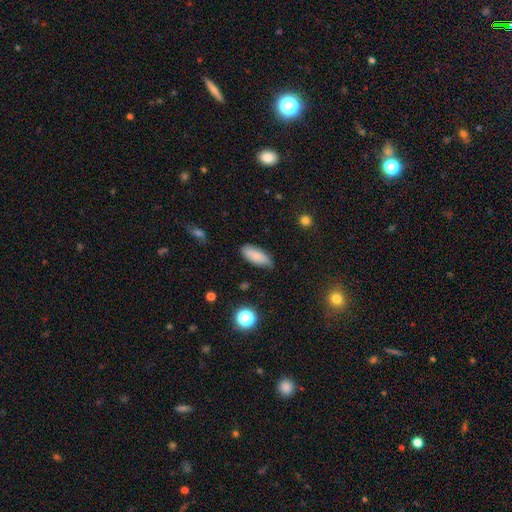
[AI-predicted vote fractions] smooth_or_featured: smooth (p=0.83) [alt: featured or disk p=0.10]
how_rounded: in between (p=0.79) [alt: cigar-shaped p=0.19]
merging: none (p=0.71) [alt: minor disturbance p=0.23]